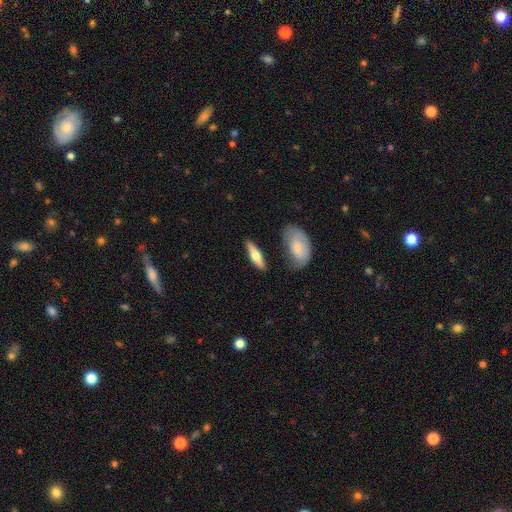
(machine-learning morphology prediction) Overall: featured or disk (52%; smooth 43%). Edge-on disk: yes (91%). Merging: none (81%).